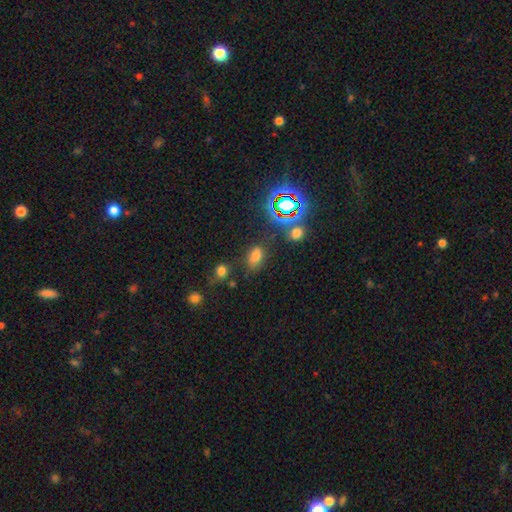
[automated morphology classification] Smooth or featured? Predicted: smooth (p=0.67). How rounded? Predicted: in between (p=0.81). Merging? Predicted: none (p=0.71).